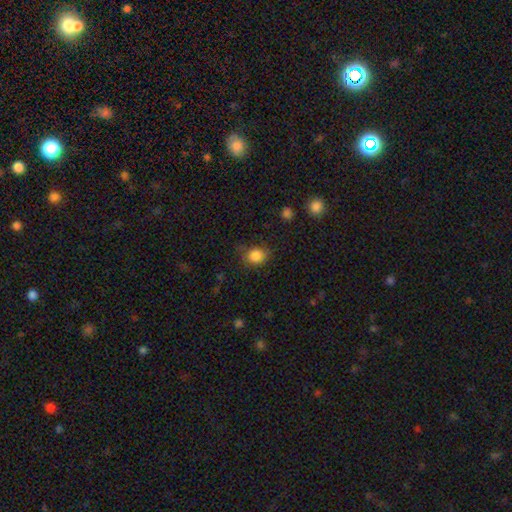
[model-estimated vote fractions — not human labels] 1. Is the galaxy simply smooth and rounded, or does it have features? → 84% smooth, 9% star or artifact, 7% featured or disk.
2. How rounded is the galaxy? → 65% round, 34% in between, 1% cigar-shaped.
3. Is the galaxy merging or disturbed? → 65% none, 25% minor disturbance, 9% major disturbance, 2% merger.